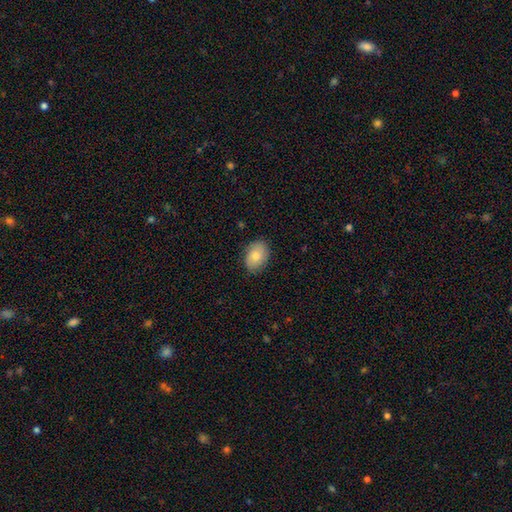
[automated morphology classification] A smooth galaxy with no disk features (75%) that is in between round and cigar-shaped (78%).

Vote fractions:
- Smooth or featured? smooth: 75% / featured or disk: 18% / star or artifact: 7%
- How rounded? in between: 78% / round: 21% / cigar-shaped: 1%
- Merging? none: 83% / minor disturbance: 14% / major disturbance: 3% / merger: 1%